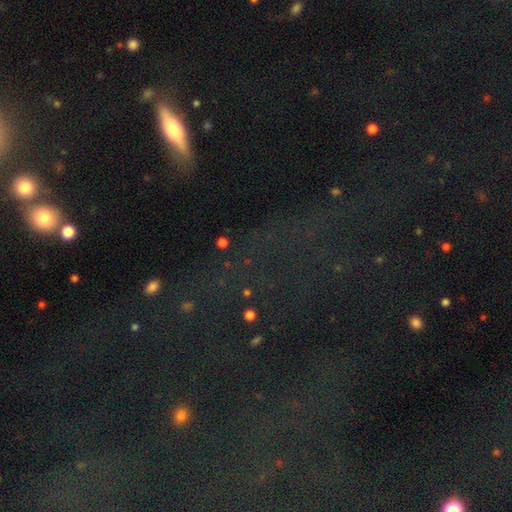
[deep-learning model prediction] A star or artifact, not a galaxy (52%).

Vote fractions:
- Smooth or featured? star or artifact: 52% / smooth: 26% / featured or disk: 22%